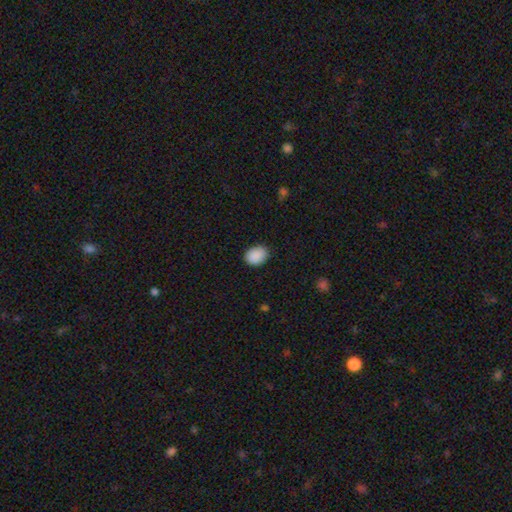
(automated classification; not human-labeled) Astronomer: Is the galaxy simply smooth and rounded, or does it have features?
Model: smooth — 90%.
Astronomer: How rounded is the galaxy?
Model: in between — 66%.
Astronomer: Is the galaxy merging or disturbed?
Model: none — 86%.